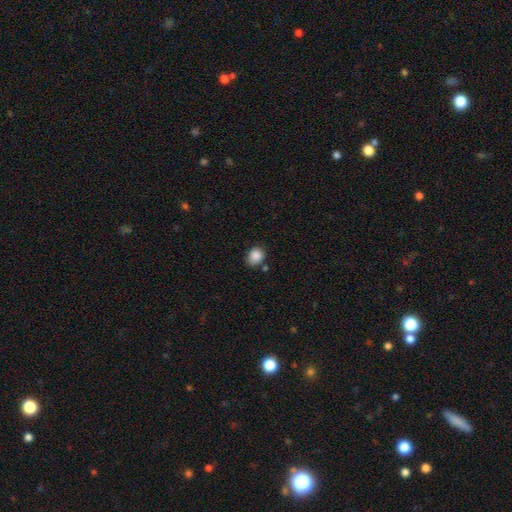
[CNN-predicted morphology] Q: Smooth or featured?
A: smooth (87%); runner-up: star or artifact (9%)
Q: How rounded?
A: round (62%); runner-up: in between (38%)
Q: Merging?
A: none (73%); runner-up: minor disturbance (17%)